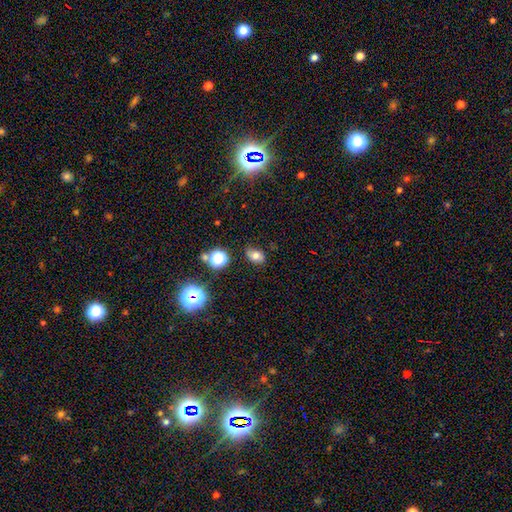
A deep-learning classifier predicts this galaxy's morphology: This appears to be a smooth galaxy with no disk features (68%) that is in between round and cigar-shaped (75%). Merging: none (77%).